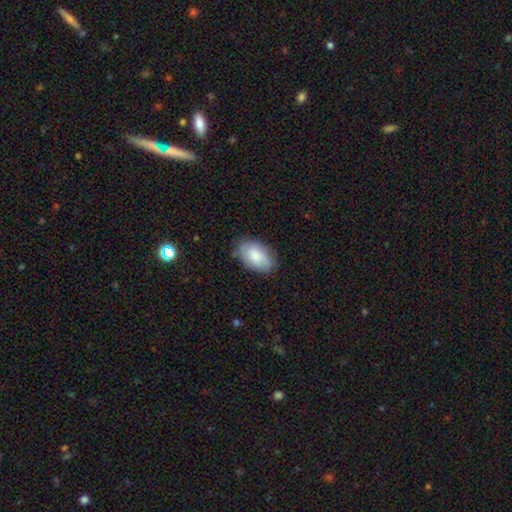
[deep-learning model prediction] A smooth galaxy with no disk features (81%) that is in between round and cigar-shaped (93%).

Vote fractions:
- Smooth or featured? smooth: 81% / featured or disk: 13% / star or artifact: 6%
- How rounded? in between: 93% / round: 5% / cigar-shaped: 1%
- Merging? none: 78% / minor disturbance: 18% / major disturbance: 3% / merger: 1%